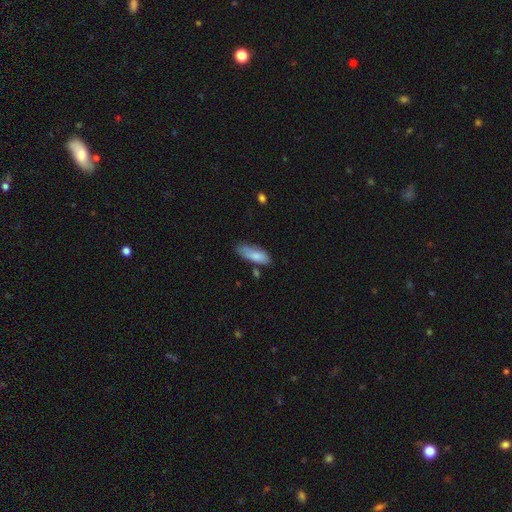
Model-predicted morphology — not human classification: Smooth or featured? Predicted: smooth (p=0.81). How rounded? Predicted: in between (p=0.69). Merging? Predicted: none (p=0.58).